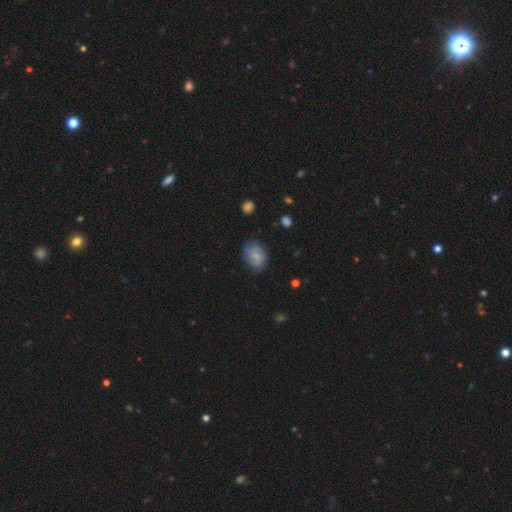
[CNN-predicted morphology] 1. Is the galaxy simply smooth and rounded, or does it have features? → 52% smooth, 40% featured or disk, 8% star or artifact.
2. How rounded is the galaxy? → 73% in between, 26% round, 1% cigar-shaped.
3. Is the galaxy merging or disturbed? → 75% none, 19% minor disturbance, 5% major disturbance, 1% merger.